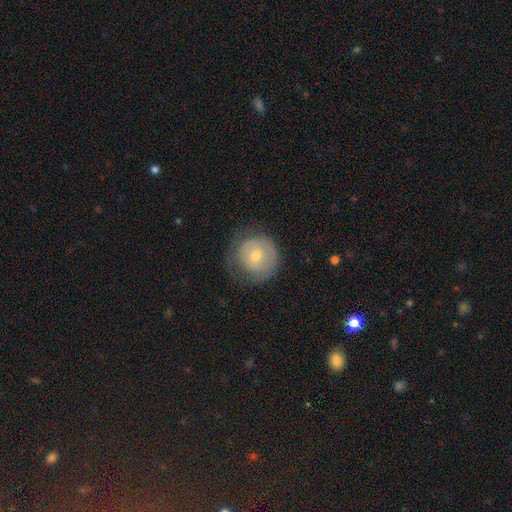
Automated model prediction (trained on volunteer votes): This appears to be a smooth galaxy with no disk features (54%) that is round (91%). Merging: none (66%).